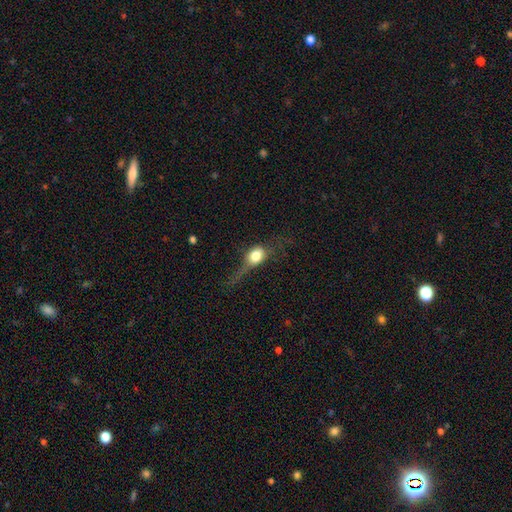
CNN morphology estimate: The model was most divided on "how rounded": in between: 47%, round: 45%, cigar-shaped: 8%. Remaining: smooth or featured — smooth (58%); merging — major disturbance (39%).